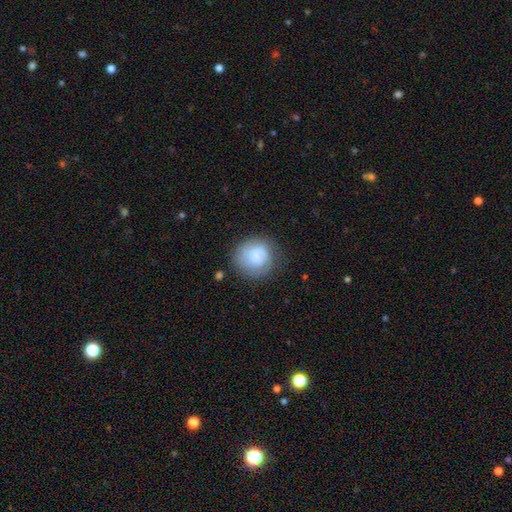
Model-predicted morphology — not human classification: smooth_or_featured: smooth (p=0.64) [alt: featured or disk p=0.28]
how_rounded: round (p=0.88) [alt: in between p=0.11]
merging: none (p=0.70) [alt: minor disturbance p=0.19]